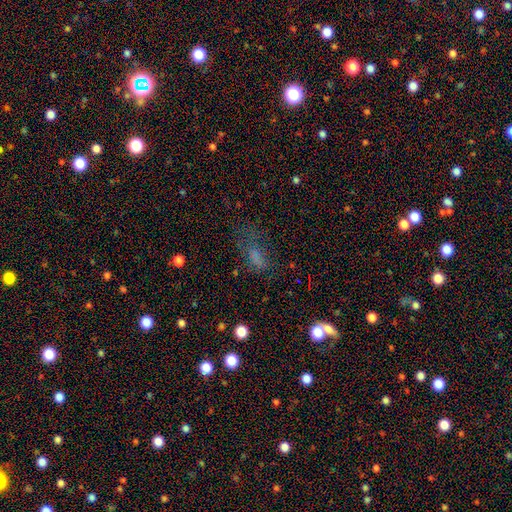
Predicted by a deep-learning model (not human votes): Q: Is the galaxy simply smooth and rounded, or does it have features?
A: smooth — 59%.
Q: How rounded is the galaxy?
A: in between — 77%.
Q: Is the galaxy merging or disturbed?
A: none — 39%.